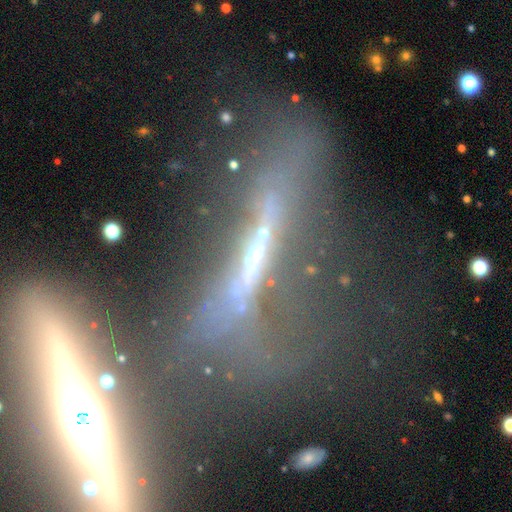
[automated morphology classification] Overall: featured or disk (61%). Edge-on disk: yes (57%; no 43%). Merging: major disturbance (32%; merger 28%).